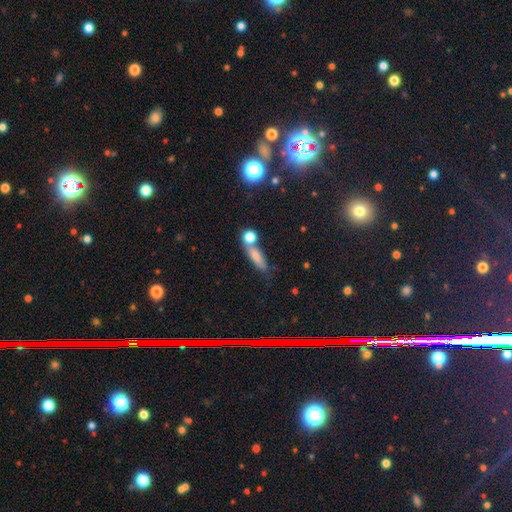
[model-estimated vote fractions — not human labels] The model was most divided on "how rounded": cigar-shaped: 49%, in between: 42%, round: 10%. More confident: smooth or featured — smooth (74%); merging — none (55%).